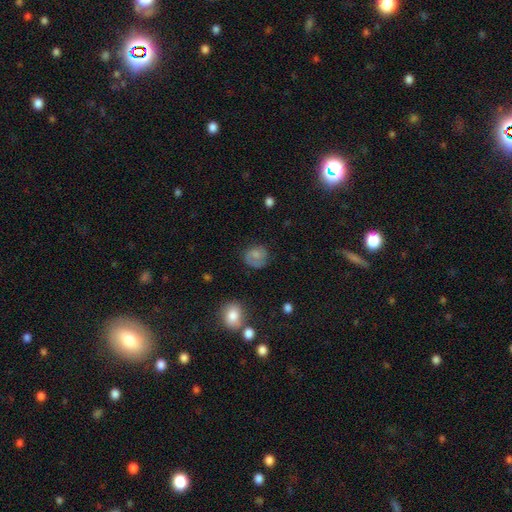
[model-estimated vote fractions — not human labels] A smooth galaxy with no disk features (63%) that is round (74%). Merging: none (63%).